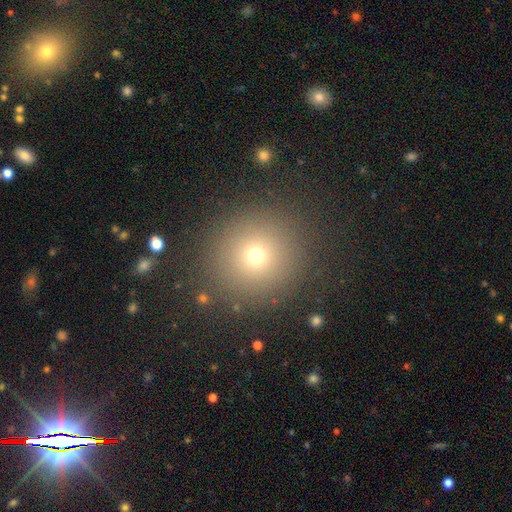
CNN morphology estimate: smooth 70%, star or artifact 21%, featured or disk 9%. Down the decision tree: how rounded — round (93%); merging — none (89%).